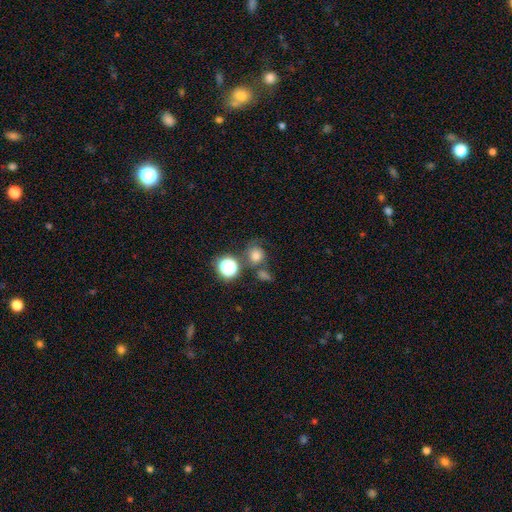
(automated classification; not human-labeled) Overall: smooth (72%). How rounded: round (78%). Merging: none (56%; merger 21%).